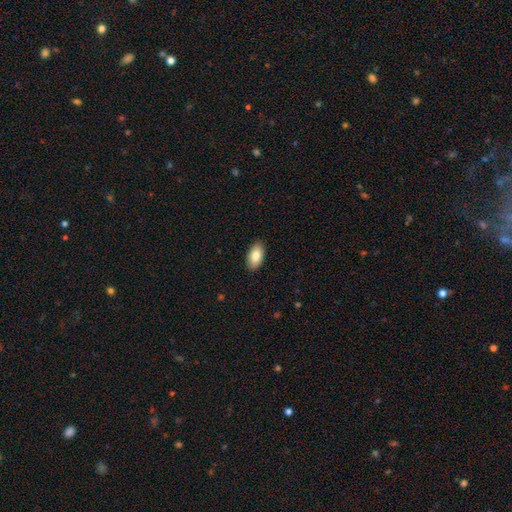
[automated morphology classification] The model was most divided on "smooth or featured": smooth: 84%, featured or disk: 9%, star or artifact: 6%. More confident: how rounded — in between (94%); merging — none (89%).